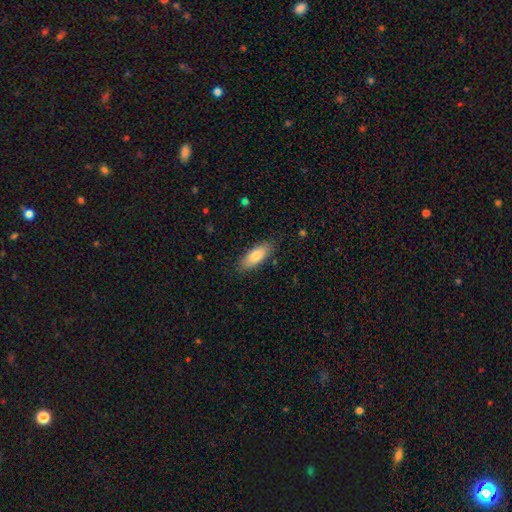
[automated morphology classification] This appears to be a smooth galaxy with no disk features (80%) that is in between round and cigar-shaped (78%). Merging: none (84%).